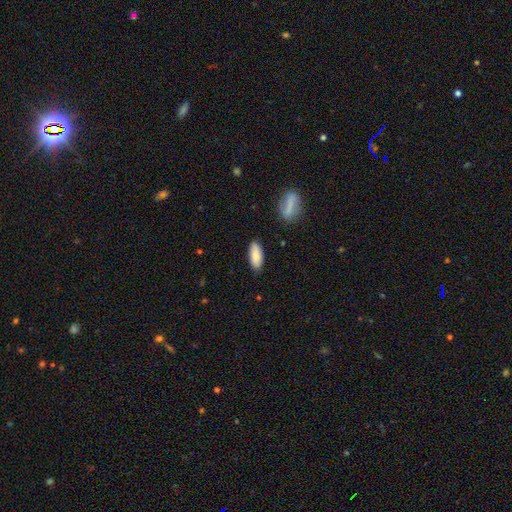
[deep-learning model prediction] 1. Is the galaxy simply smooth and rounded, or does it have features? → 82% smooth, 11% featured or disk, 7% star or artifact.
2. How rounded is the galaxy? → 77% in between, 21% cigar-shaped, 2% round.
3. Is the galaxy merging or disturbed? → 84% none, 12% minor disturbance, 2% major disturbance, 2% merger.